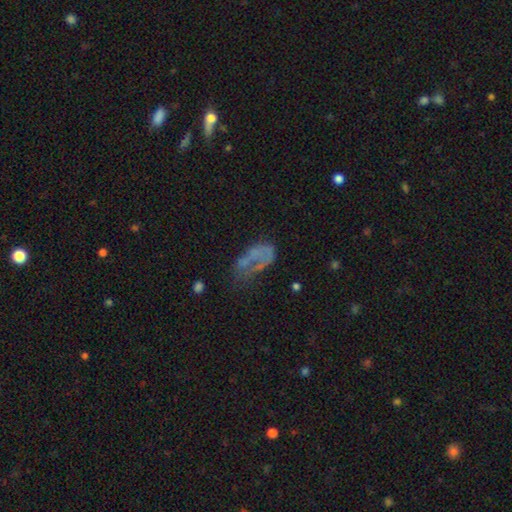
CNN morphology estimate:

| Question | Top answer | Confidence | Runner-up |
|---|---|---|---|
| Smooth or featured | featured or disk | 44% | smooth (37%) |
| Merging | major disturbance | 42% | none (29%) |